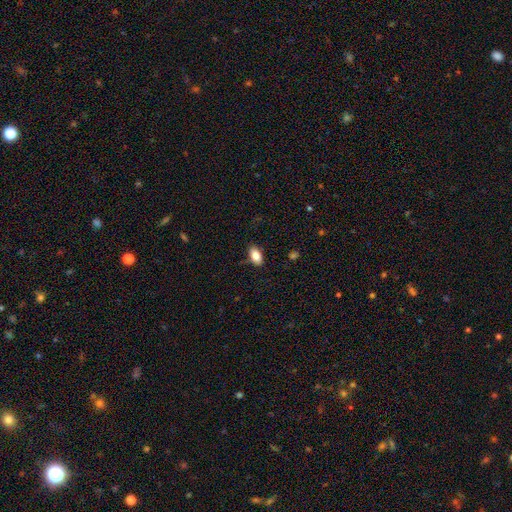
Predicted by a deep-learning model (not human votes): smooth-or-featured: smooth: 85% | star or artifact: 8% | featured or disk: 7%
  how-rounded: in between: 92% | round: 5% | cigar-shaped: 3%
  merging: none: 84% | minor disturbance: 12% | major disturbance: 3% | merger: 1%